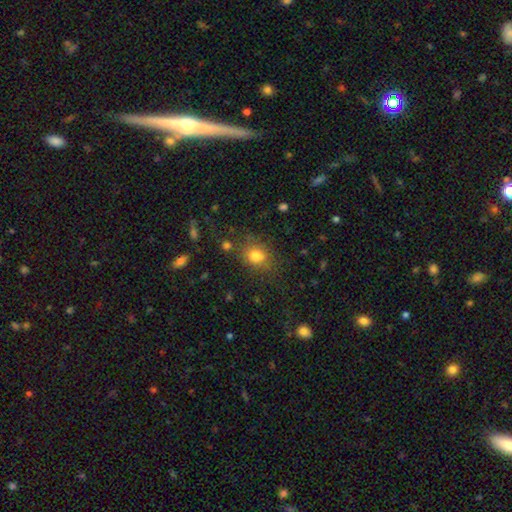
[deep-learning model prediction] Q: Smooth or featured?
A: smooth (76%); runner-up: star or artifact (14%)
Q: How rounded?
A: round (50%); runner-up: in between (48%)
Q: Merging?
A: none (66%); runner-up: minor disturbance (17%)